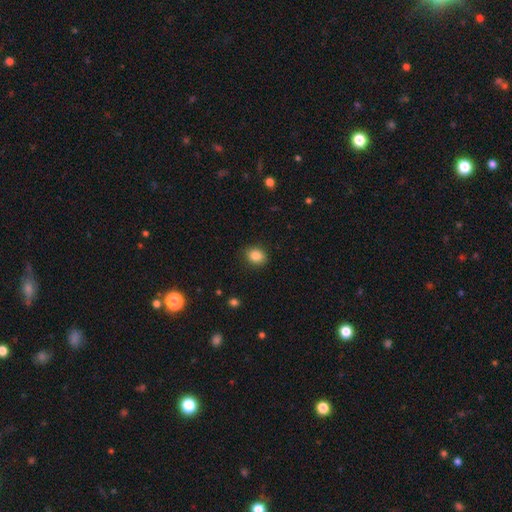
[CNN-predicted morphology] Overall: smooth (85%). How rounded: round (56%; in between 43%). Merging: none (89%).